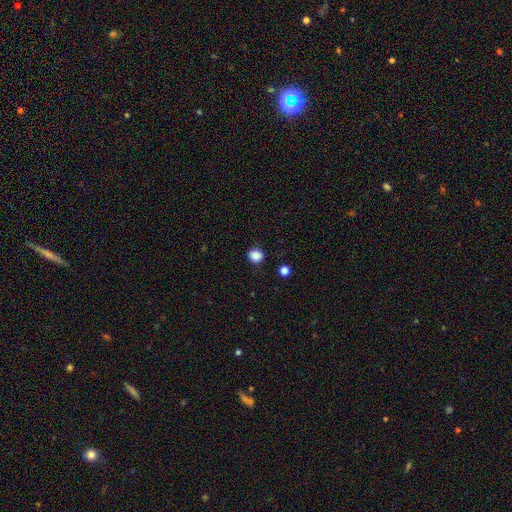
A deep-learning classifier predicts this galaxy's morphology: Smooth or featured? smooth (86%)
How rounded? round (81%)
Merging? none (87%)